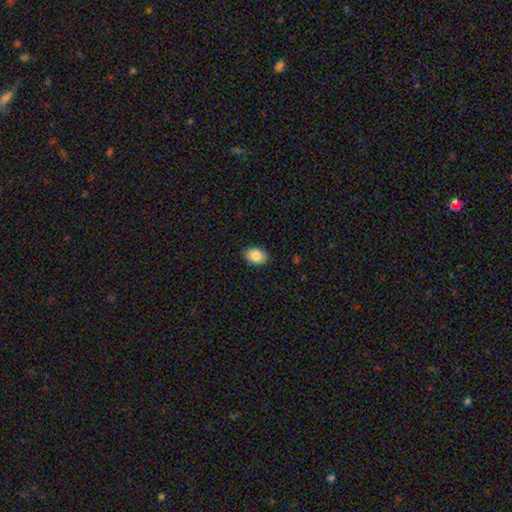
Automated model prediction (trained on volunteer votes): Q: Smooth or featured?
A: smooth (87%); runner-up: star or artifact (7%)
Q: How rounded?
A: in between (82%); runner-up: round (17%)
Q: Merging?
A: none (89%); runner-up: minor disturbance (9%)